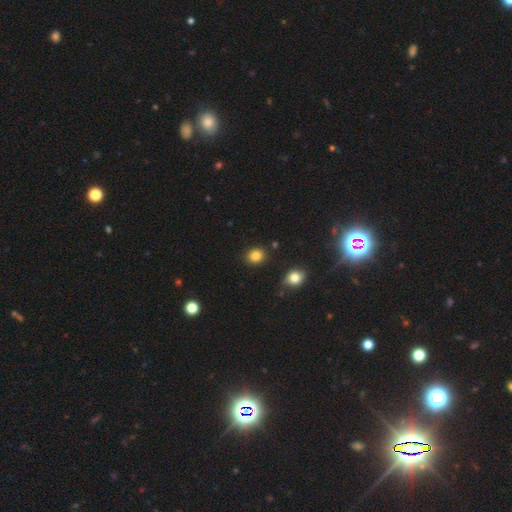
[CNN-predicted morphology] This appears to be a smooth galaxy with no disk features (84%) that is round (64%). Merging: none (87%).